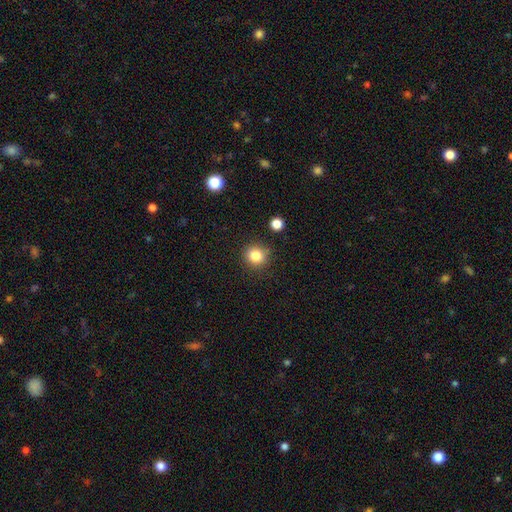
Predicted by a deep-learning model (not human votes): smooth-or-featured: smooth: 84% | star or artifact: 11% | featured or disk: 5%
  how-rounded: round: 88% | in between: 11% | cigar-shaped: 1%
  merging: none: 86% | minor disturbance: 8% | merger: 3% | major disturbance: 2%